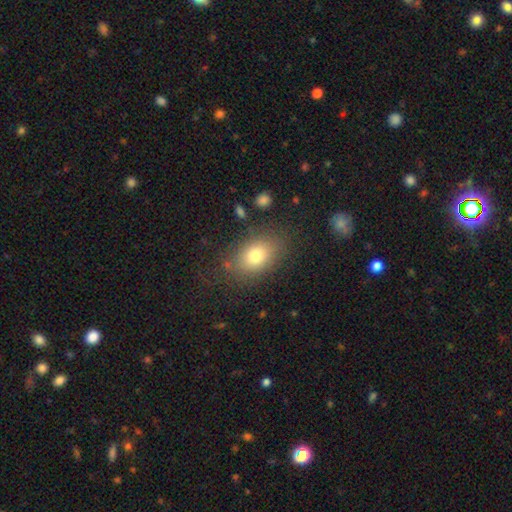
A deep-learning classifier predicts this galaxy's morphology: Smooth or featured? smooth (77%)
How rounded? in between (76%)
Merging? none (79%)